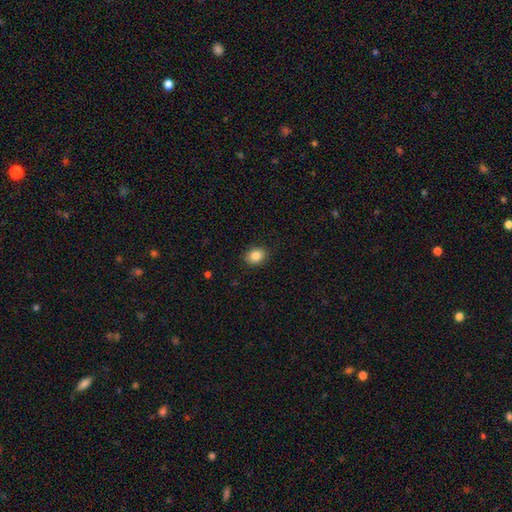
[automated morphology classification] type=smooth (86%); roundness=in between (50%); merging=none (89%).